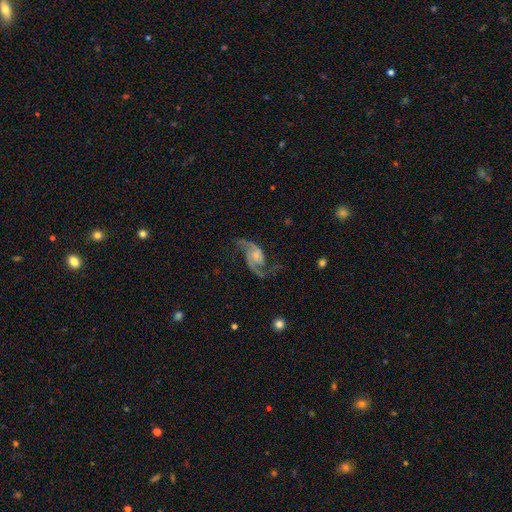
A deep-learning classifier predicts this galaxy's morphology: Smooth or featured?
  - featured or disk: 89% *
  - star or artifact: 6%
  - smooth: 5%
Edge-on disk?
  - no: 98% *
  - yes: 2%
Bar?
  - no: 62% *
  - weak: 30%
  - strong: 8%
Spiral arms?
  - yes: 97% *
  - no: 3%
Spiral winding?
  - loose: 58% *
  - medium: 35%
  - tight: 7%
Spiral arm count?
  - 2: 92% *
  - 1: 2%
  - can't tell: 2%
  - 3: 2%
  - 4: 1%
  - more than 4: 1%
Bulge size?
  - small: 59% *
  - moderate: 23%
  - none: 13%
  - large: 3%
  - dominant: 2%
Merging?
  - none: 64% *
  - minor disturbance: 17%
  - major disturbance: 16%
  - merger: 2%